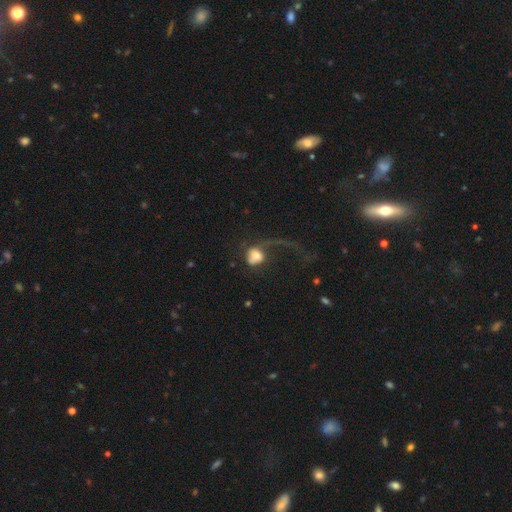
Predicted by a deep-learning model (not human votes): A smooth galaxy with no disk features (54%) that is round (62%). Merging: major disturbance (63%).